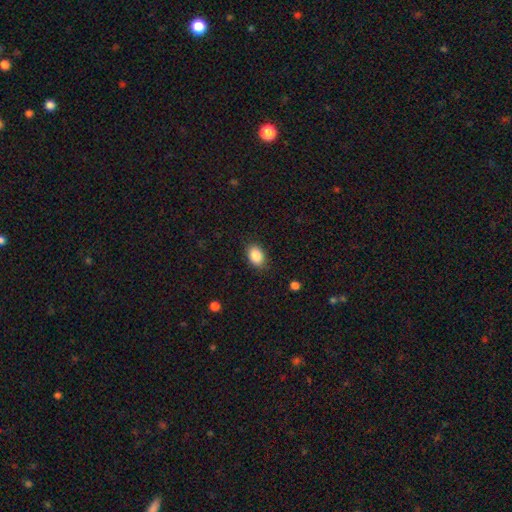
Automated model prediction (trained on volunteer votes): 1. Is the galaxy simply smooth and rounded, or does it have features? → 87% smooth, 8% star or artifact, 5% featured or disk.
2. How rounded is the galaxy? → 81% in between, 18% round, 1% cigar-shaped.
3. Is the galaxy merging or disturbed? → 86% none, 10% minor disturbance, 3% major disturbance, 1% merger.